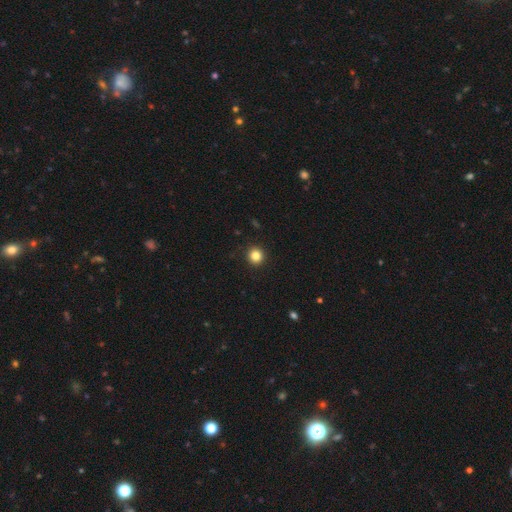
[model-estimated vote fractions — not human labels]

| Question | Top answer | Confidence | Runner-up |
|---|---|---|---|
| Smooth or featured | smooth | 84% | star or artifact (11%) |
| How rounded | round | 94% | in between (6%) |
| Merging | none | 93% | minor disturbance (4%) |